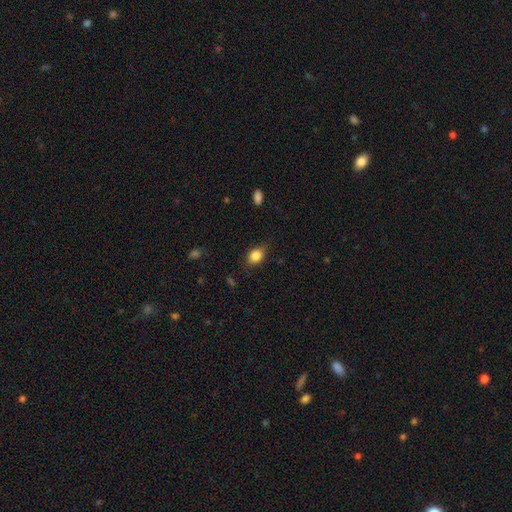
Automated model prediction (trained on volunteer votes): Smooth or featured?
  - smooth: 83% *
  - star or artifact: 9%
  - featured or disk: 8%
How rounded?
  - in between: 60% *
  - round: 38%
  - cigar-shaped: 2%
Merging?
  - none: 72% *
  - minor disturbance: 22%
  - major disturbance: 5%
  - merger: 1%